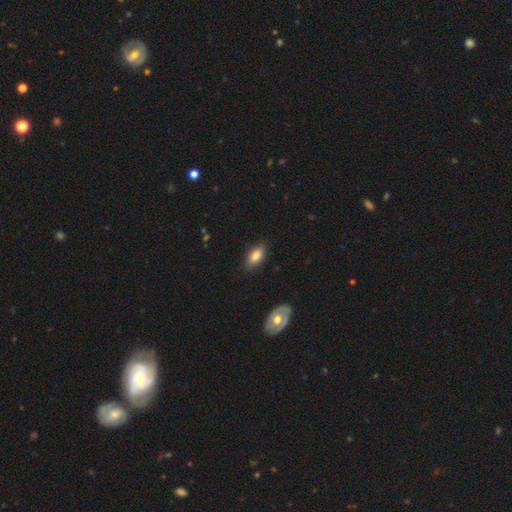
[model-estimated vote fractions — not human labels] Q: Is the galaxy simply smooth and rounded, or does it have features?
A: smooth — 80%.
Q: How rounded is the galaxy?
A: in between — 89%.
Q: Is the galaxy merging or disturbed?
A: none — 84%.